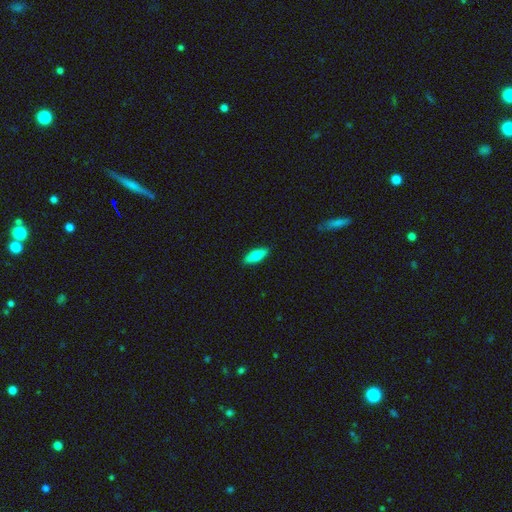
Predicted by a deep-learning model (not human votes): The model was most divided on "how rounded": in between: 60%, cigar-shaped: 37%, round: 2%. More confident: merging — none (90%); smooth or featured — smooth (73%).